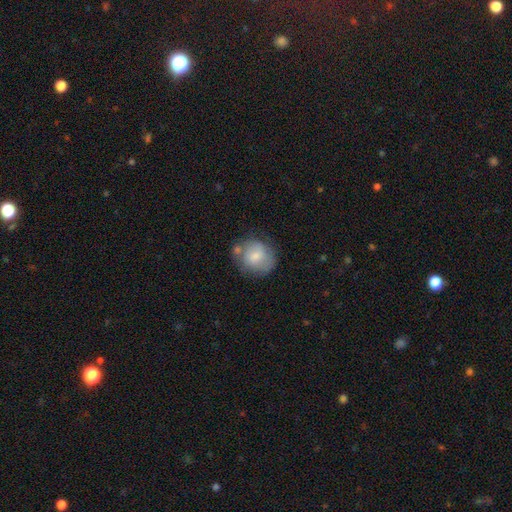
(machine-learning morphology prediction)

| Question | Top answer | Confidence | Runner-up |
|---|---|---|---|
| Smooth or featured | smooth | 70% | featured or disk (23%) |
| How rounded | round | 79% | in between (21%) |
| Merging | none | 59% | minor disturbance (22%) |